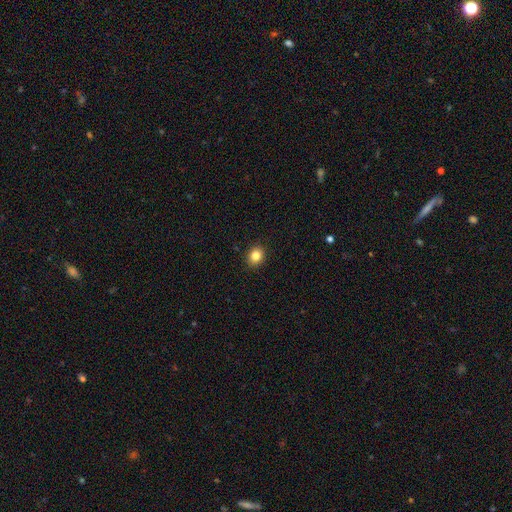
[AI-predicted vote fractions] Smooth or featured: smooth — 84% (star or artifact — 10%)
How rounded: round — 62% (in between — 38%)
Merging: none — 91% (minor disturbance — 7%)